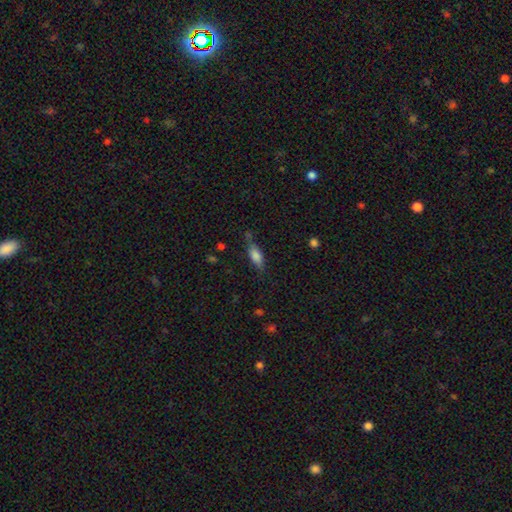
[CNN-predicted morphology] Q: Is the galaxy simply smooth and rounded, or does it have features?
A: smooth — 75%.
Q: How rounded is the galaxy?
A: in between — 67%.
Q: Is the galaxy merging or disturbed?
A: none — 60%.